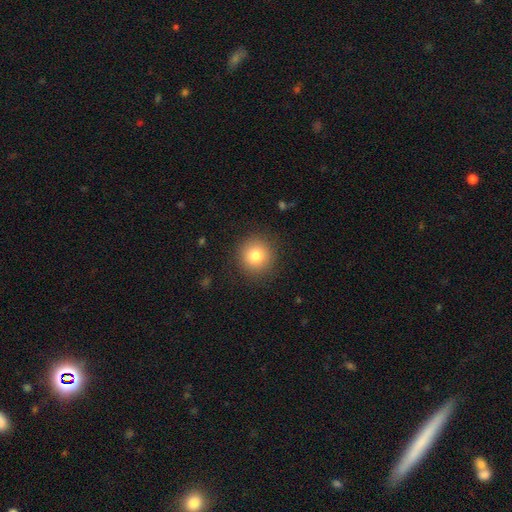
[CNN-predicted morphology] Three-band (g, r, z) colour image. It shows a smooth galaxy with no disk features (80%) that is round (92%). Merging: none (89%).